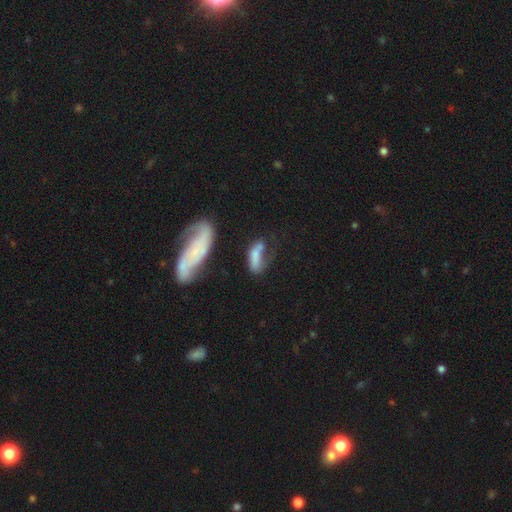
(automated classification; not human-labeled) smooth-or-featured: smooth: 64% | featured or disk: 26% | star or artifact: 11%
  how-rounded: in between: 63% | cigar-shaped: 32% | round: 4%
  merging: major disturbance: 29% | none: 27% | merger: 22% | minor disturbance: 22%